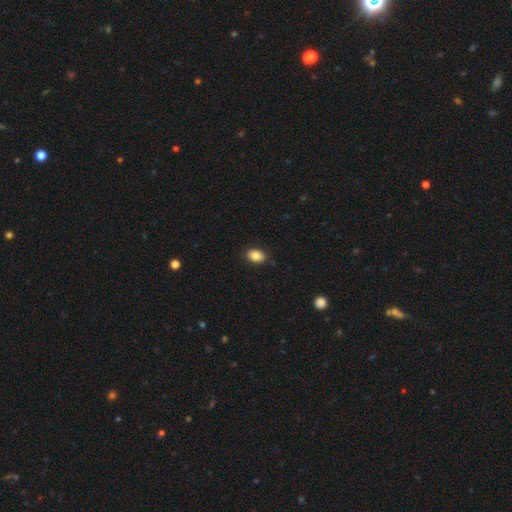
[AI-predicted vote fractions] Q: Smooth or featured?
A: smooth (85%); runner-up: star or artifact (9%)
Q: How rounded?
A: in between (77%); runner-up: round (22%)
Q: Merging?
A: none (87%); runner-up: minor disturbance (10%)